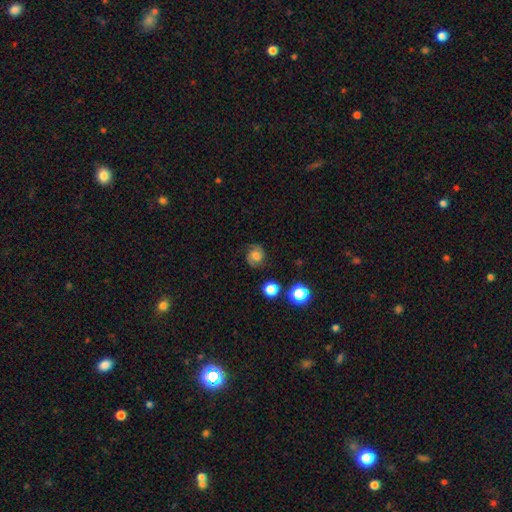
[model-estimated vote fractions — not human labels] smooth-or-featured: featured or disk: 51% | smooth: 37% | star or artifact: 12%
  disk-edge-on: no: 98% | yes: 2%
  merging: none: 77% | minor disturbance: 16% | major disturbance: 6% | merger: 2%